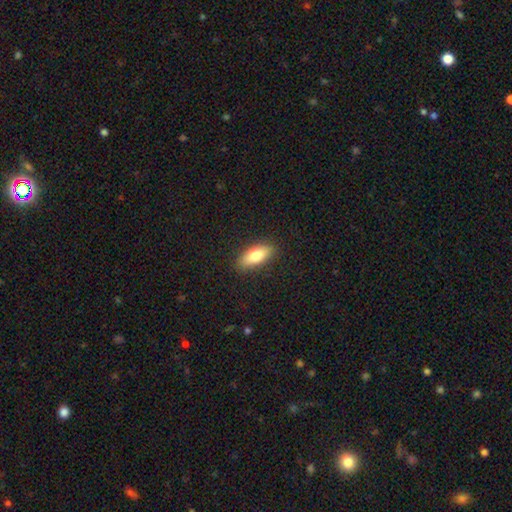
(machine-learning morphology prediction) Smooth or featured: smooth — 75% (featured or disk — 19%)
How rounded: in between — 74% (cigar-shaped — 22%)
Merging: none — 88% (minor disturbance — 9%)